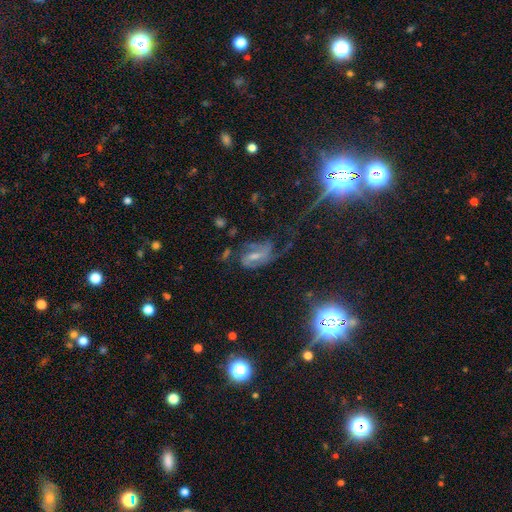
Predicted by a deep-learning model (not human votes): smooth_or_featured: featured or disk (p=0.64) [alt: smooth p=0.18]
disk_edge_on: no (p=0.94) [alt: yes p=0.06]
bar: weak (p=0.45) [alt: no p=0.28]
has_spiral_arms: yes (p=0.84) [alt: no p=0.16]
spiral_winding: medium (p=0.44) [alt: loose p=0.34]
spiral_arm_count: 2 (p=0.55) [alt: can't tell p=0.20]
bulge_size: moderate (p=0.42) [alt: small p=0.40]
merging: none (p=0.38) [alt: major disturbance p=0.36]